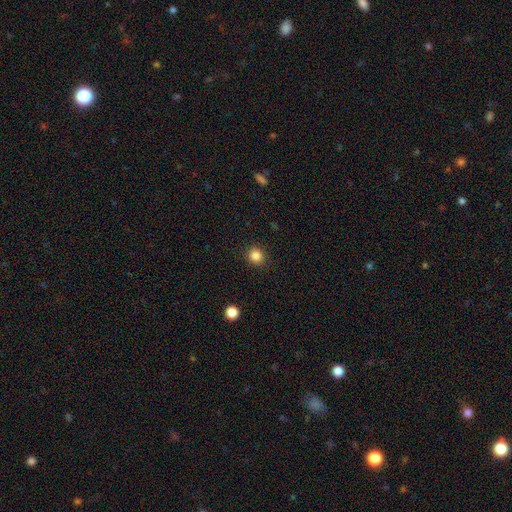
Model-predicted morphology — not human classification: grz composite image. It shows a smooth galaxy with no disk features (85%) that is round (86%). Merging: none (91%).